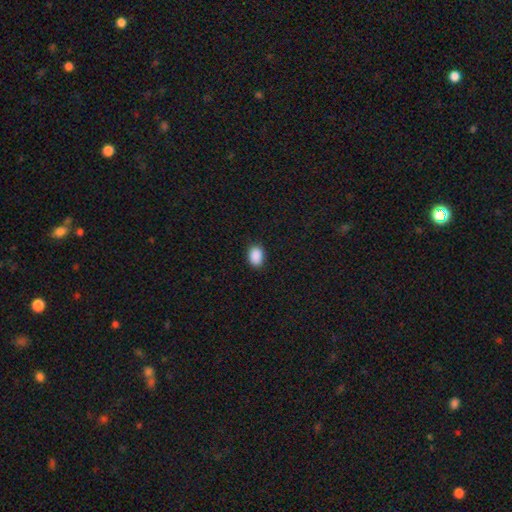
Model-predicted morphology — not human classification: smooth-or-featured: smooth: 90% | star or artifact: 8% | featured or disk: 2%
  how-rounded: in between: 77% | round: 22% | cigar-shaped: 1%
  merging: none: 88% | minor disturbance: 9% | major disturbance: 2% | merger: 1%